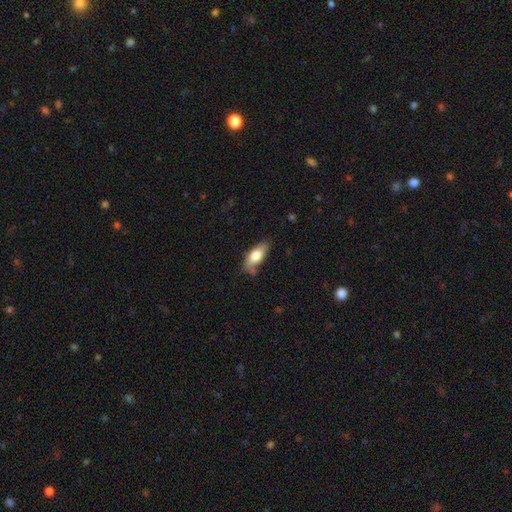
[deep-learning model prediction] A smooth galaxy with no disk features (69%) that is in between round and cigar-shaped (76%).

Vote fractions:
- Smooth or featured? smooth: 69% / featured or disk: 25% / star or artifact: 6%
- How rounded? in between: 76% / cigar-shaped: 21% / round: 3%
- Merging? none: 56% / minor disturbance: 29% / major disturbance: 9% / merger: 6%